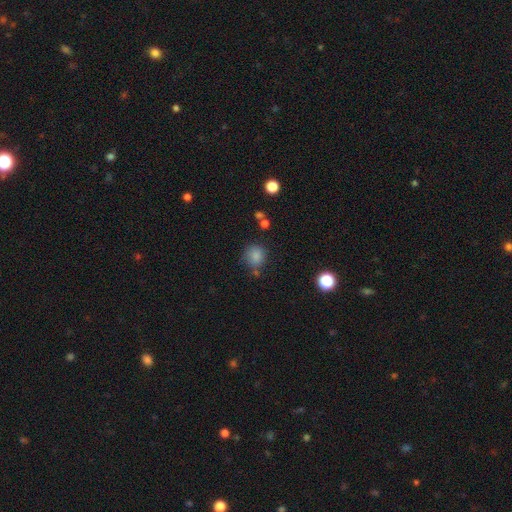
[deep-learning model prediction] A smooth galaxy with no disk features (82%) that is round (80%). Merging: none (69%).